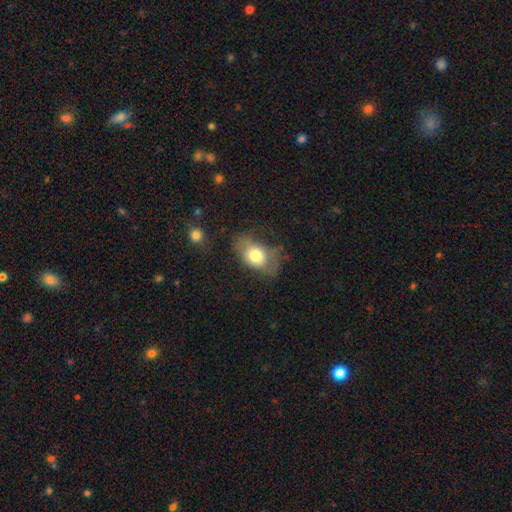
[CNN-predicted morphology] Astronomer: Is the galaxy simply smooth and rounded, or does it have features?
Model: smooth — 71%.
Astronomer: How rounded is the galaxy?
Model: in between — 83%.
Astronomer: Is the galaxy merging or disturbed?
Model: none — 37% (runner-up: minor disturbance, 30%).